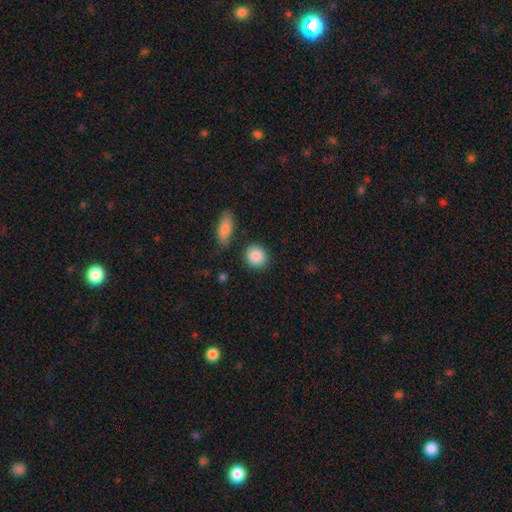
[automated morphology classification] A smooth galaxy with no disk features (88%) that is round (84%).

Vote fractions:
- Smooth or featured? smooth: 88% / star or artifact: 7% / featured or disk: 5%
- How rounded? round: 84% / in between: 15% / cigar-shaped: 1%
- Merging? none: 85% / minor disturbance: 8% / merger: 4% / major disturbance: 3%